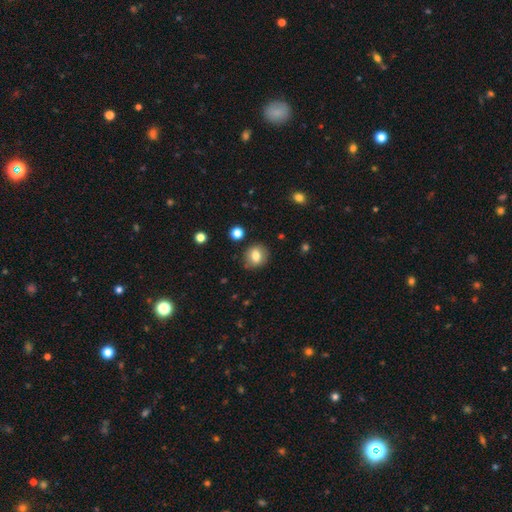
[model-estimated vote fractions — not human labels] Overall: smooth (76%). How rounded: round (71%). Merging: none (84%).